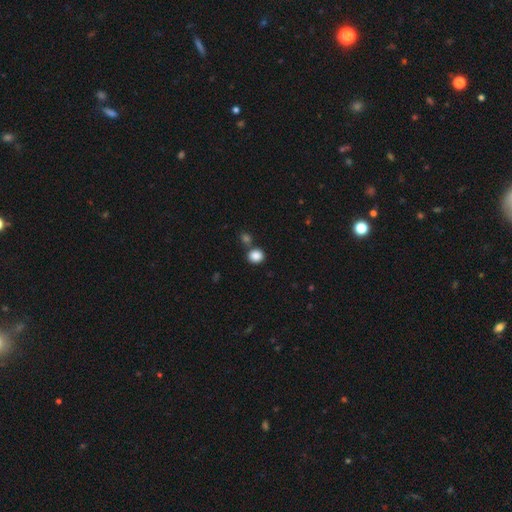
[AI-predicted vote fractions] Smooth or featured: smooth — 86% (star or artifact — 10%)
How rounded: round — 76% (in between — 23%)
Merging: none — 68% (merger — 19%)